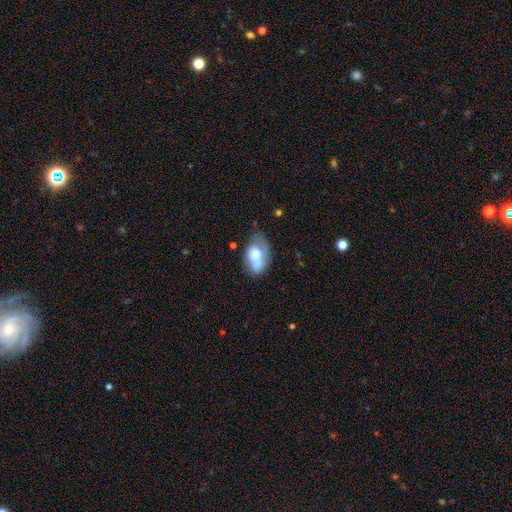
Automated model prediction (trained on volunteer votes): Smooth or featured? Predicted: smooth (p=0.62). How rounded? Predicted: in between (p=0.88). Merging? Predicted: none (p=0.31).